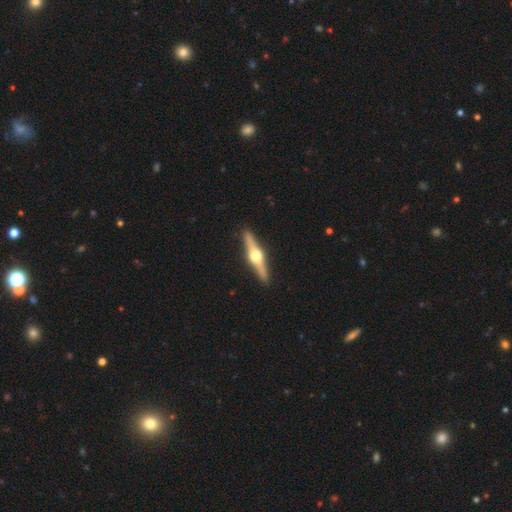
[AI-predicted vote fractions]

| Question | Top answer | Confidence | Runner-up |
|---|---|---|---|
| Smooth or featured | featured or disk | 80% | smooth (15%) |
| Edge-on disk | yes | 98% | no (2%) |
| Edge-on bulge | rounded | 97% | boxy (2%) |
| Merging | none | 92% | minor disturbance (5%) |